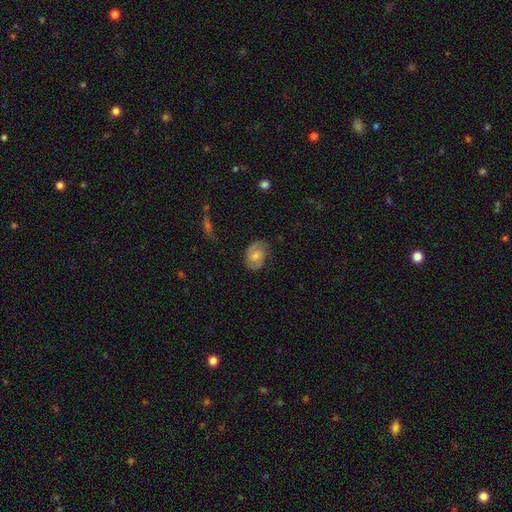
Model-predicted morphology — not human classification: A featured or disk galaxy (61%) with no bar (51%), 2 (79%) medium (44%) spiral arms (92%) and a moderate central bulge (42%). Merging: none (74%).